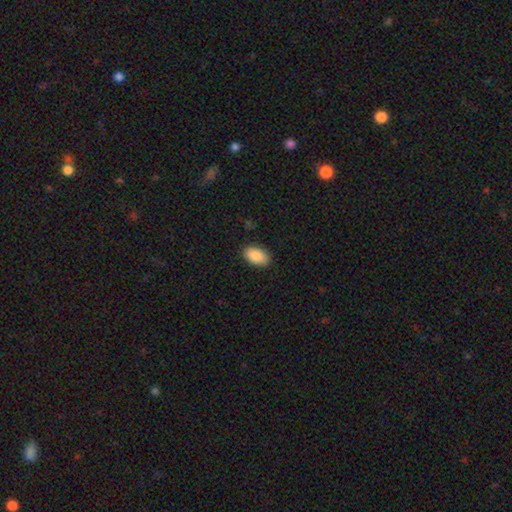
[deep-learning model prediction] smooth_or_featured: smooth (p=0.90) [alt: star or artifact p=0.06]
how_rounded: in between (p=0.94) [alt: round p=0.05]
merging: none (p=0.88) [alt: minor disturbance p=0.09]